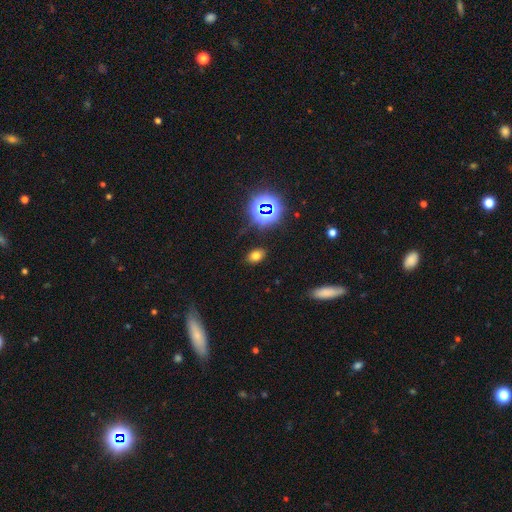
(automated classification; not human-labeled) Smooth or featured?
  - smooth: 67% *
  - star or artifact: 23%
  - featured or disk: 9%
How rounded?
  - in between: 79% *
  - round: 20%
  - cigar-shaped: 1%
Merging?
  - none: 86% *
  - minor disturbance: 9%
  - major disturbance: 3%
  - merger: 2%